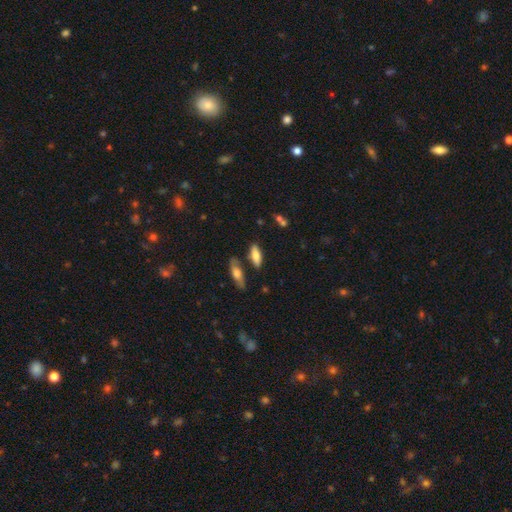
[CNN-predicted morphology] Smooth or featured? smooth (72%)
How rounded? in between (62%)
Merging? none (72%)